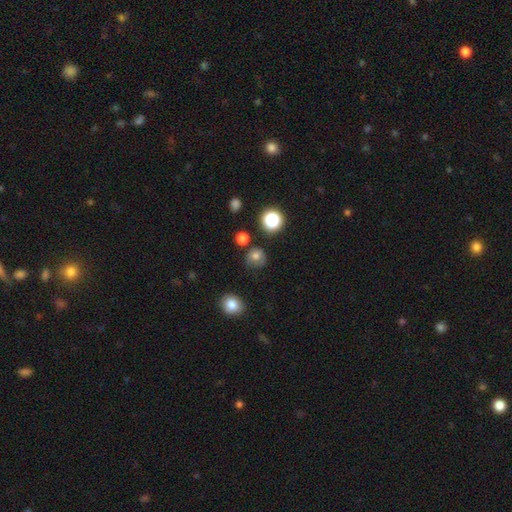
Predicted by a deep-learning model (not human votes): Overall: smooth (73%). How rounded: round (87%). Merging: none (74%).